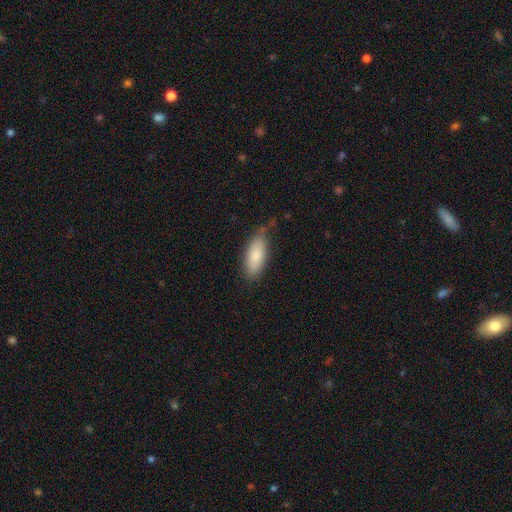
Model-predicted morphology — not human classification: type=smooth (84%); roundness=in between (80%); merging=none (70%).